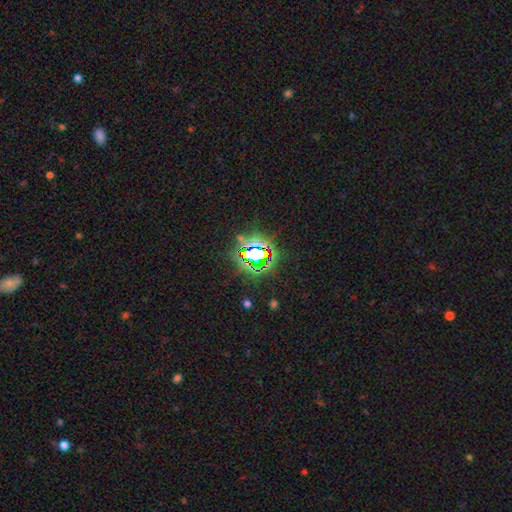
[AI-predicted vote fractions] Smooth or featured: star or artifact — 81% (smooth — 11%)